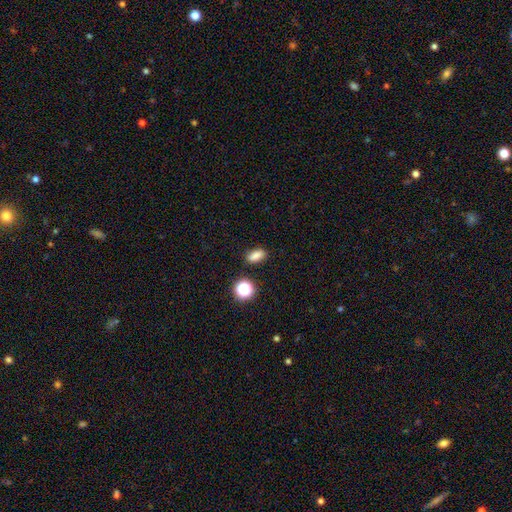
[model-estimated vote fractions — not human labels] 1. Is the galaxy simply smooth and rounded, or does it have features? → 81% smooth, 14% star or artifact, 5% featured or disk.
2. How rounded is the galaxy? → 77% in between, 13% round, 10% cigar-shaped.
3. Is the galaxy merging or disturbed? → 85% none, 10% minor disturbance, 3% merger, 3% major disturbance.